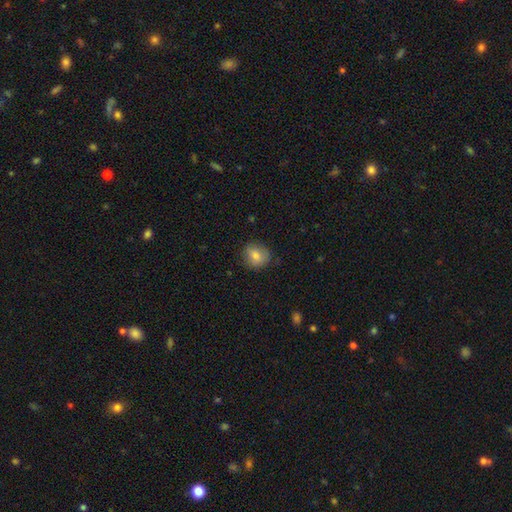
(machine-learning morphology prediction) Smooth or featured: smooth — 78% (featured or disk — 12%)
How rounded: round — 73% (in between — 26%)
Merging: none — 81% (minor disturbance — 15%)